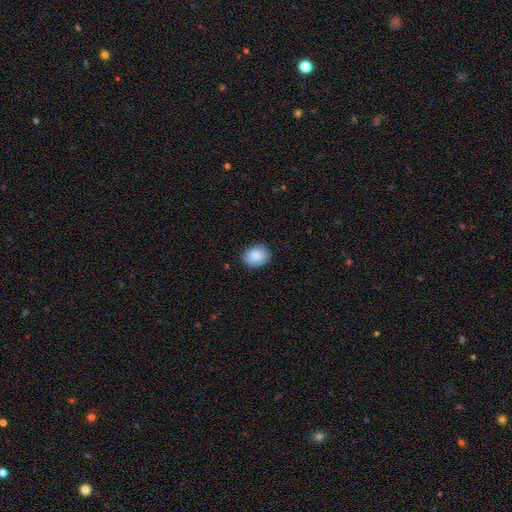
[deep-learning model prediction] Smooth or featured?
  - smooth: 88% *
  - star or artifact: 7%
  - featured or disk: 5%
How rounded?
  - in between: 62% *
  - round: 37%
  - cigar-shaped: 1%
Merging?
  - none: 86% *
  - minor disturbance: 11%
  - major disturbance: 2%
  - merger: 1%